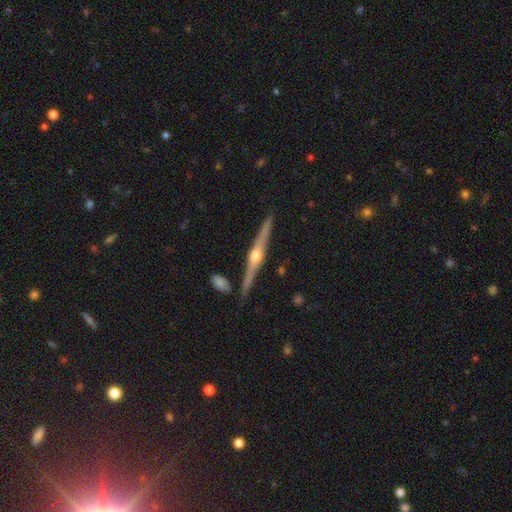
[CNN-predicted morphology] smooth-or-featured: featured or disk: 81% | smooth: 14% | star or artifact: 5%
  disk-edge-on: yes: 98% | no: 2%
    edge-on-bulge: rounded: 95% | boxy: 3% | none: 3%
  merging: none: 87% | minor disturbance: 8% | merger: 3% | major disturbance: 2%